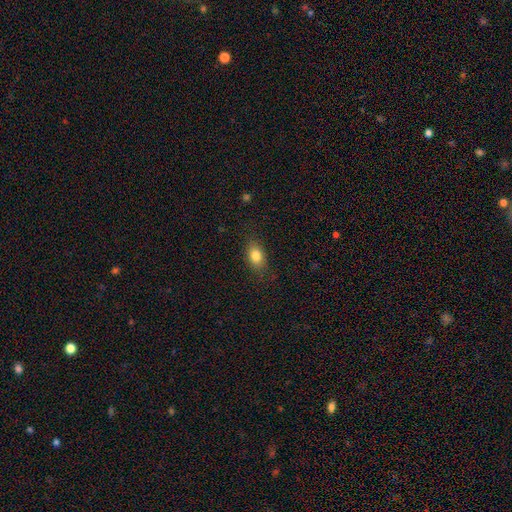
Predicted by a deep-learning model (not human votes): Smooth or featured? smooth (82%)
How rounded? in between (83%)
Merging? none (83%)